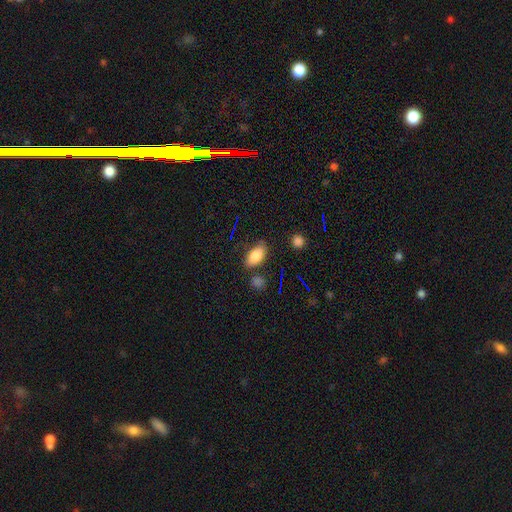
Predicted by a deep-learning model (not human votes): This appears to be a smooth galaxy with no disk features (83%) that is in between round and cigar-shaped (90%). Merging: none (75%).